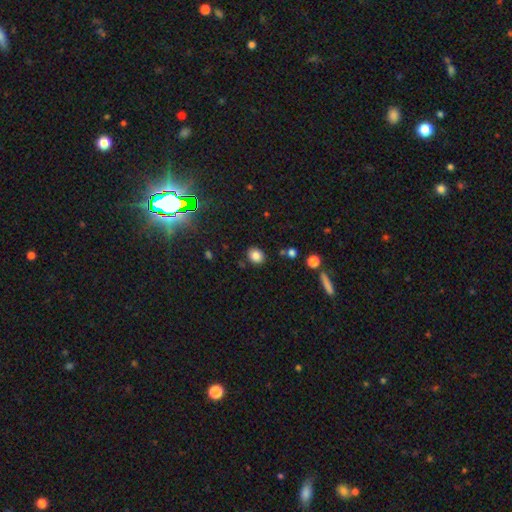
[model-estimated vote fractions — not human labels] A smooth galaxy with no disk features (84%) that is round (54%).

Vote fractions:
- Smooth or featured? smooth: 84% / star or artifact: 11% / featured or disk: 6%
- How rounded? round: 54% / in between: 45% / cigar-shaped: 1%
- Merging? none: 85% / minor disturbance: 9% / merger: 3% / major disturbance: 3%